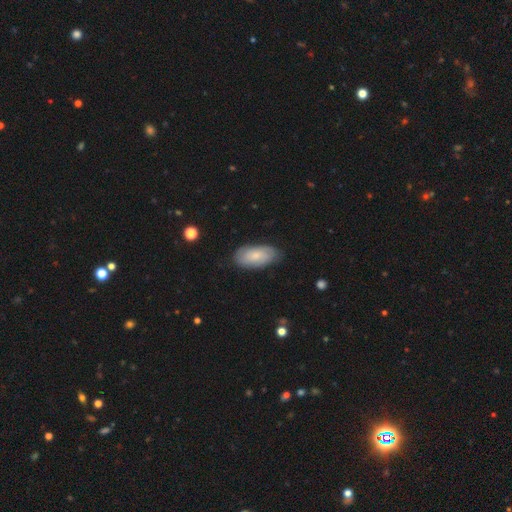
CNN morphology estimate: This appears to be a smooth galaxy with no disk features (68%) that is in between round and cigar-shaped (92%). Merging: none (78%).